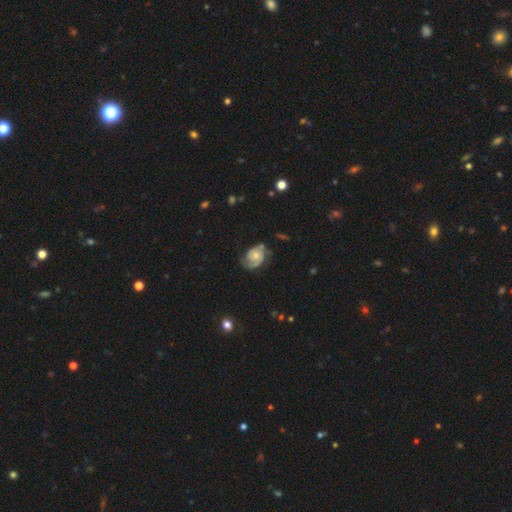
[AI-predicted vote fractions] This appears to be a featured or disk galaxy (79%) with no bar (71%), 2 (75%) tight (51%) spiral arms (94%) and a moderate central bulge (50%). Merging: none (66%).